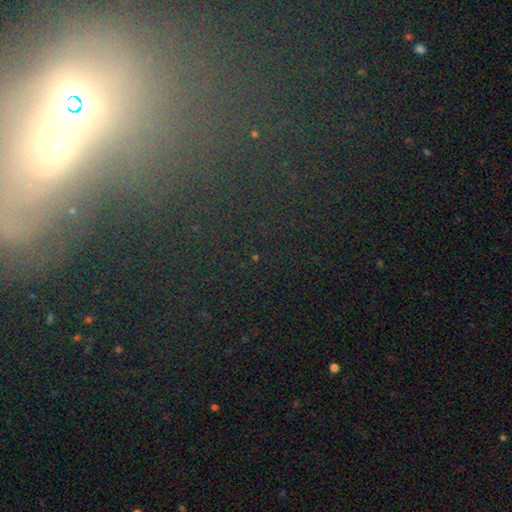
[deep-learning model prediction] Smooth or featured?
  - star or artifact: 70% *
  - smooth: 18%
  - featured or disk: 13%